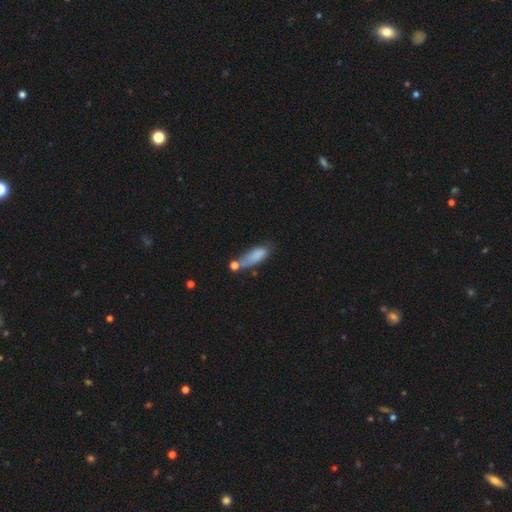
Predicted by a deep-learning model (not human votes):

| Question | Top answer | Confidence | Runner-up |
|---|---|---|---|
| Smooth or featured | smooth | 79% | featured or disk (13%) |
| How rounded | in between | 62% | cigar-shaped (35%) |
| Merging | none | 40% | minor disturbance (27%) |